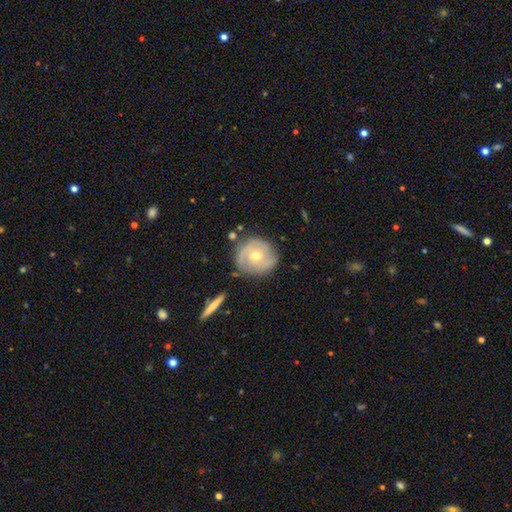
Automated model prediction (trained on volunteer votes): Q: Smooth or featured?
A: featured or disk (72%); runner-up: smooth (20%)
Q: Edge-on disk?
A: no (96%); runner-up: yes (4%)
Q: Bar?
A: no (70%); runner-up: weak (24%)
Q: Spiral arms?
A: yes (88%); runner-up: no (12%)
Q: Spiral winding?
A: tight (58%); runner-up: medium (32%)
Q: Spiral arm count?
A: 2 (52%); runner-up: can't tell (22%)
Q: Bulge size?
A: moderate (55%); runner-up: small (42%)
Q: Merging?
A: none (76%); runner-up: minor disturbance (16%)